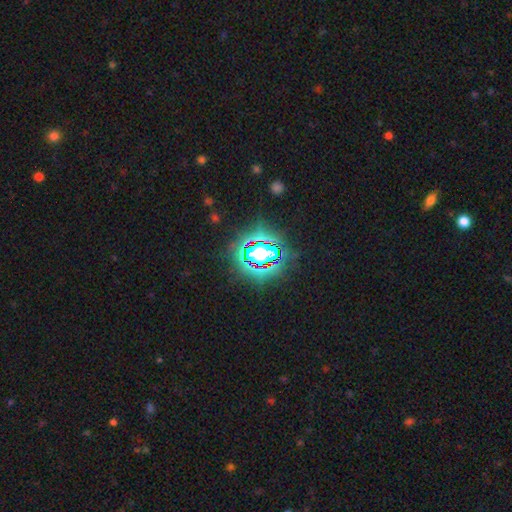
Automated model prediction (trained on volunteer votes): Overall: star or artifact (78%).